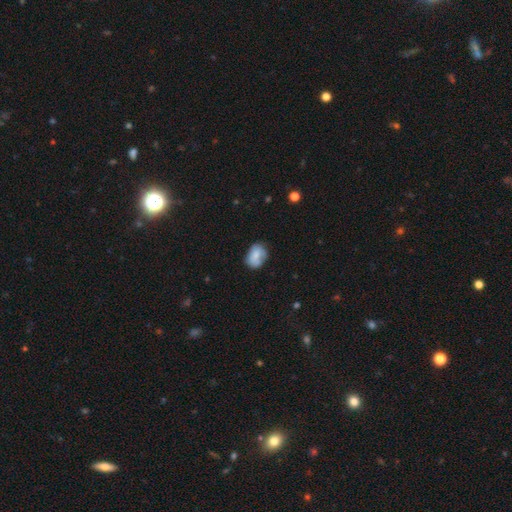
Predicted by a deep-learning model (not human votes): Q: Smooth or featured?
A: smooth (72%); runner-up: featured or disk (20%)
Q: How rounded?
A: in between (71%); runner-up: round (28%)
Q: Merging?
A: none (57%); runner-up: minor disturbance (29%)